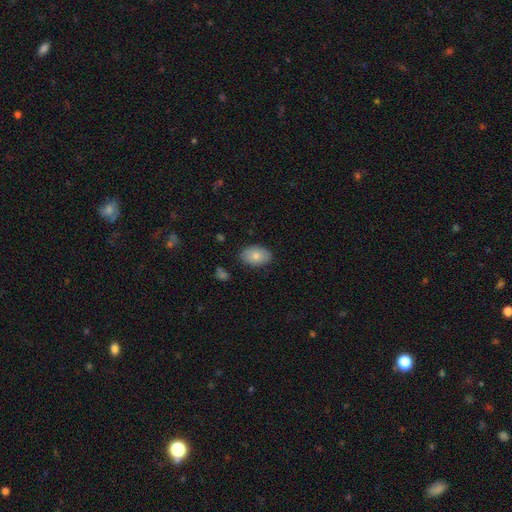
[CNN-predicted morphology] Smooth or featured? smooth (80%)
How rounded? in between (87%)
Merging? none (84%)